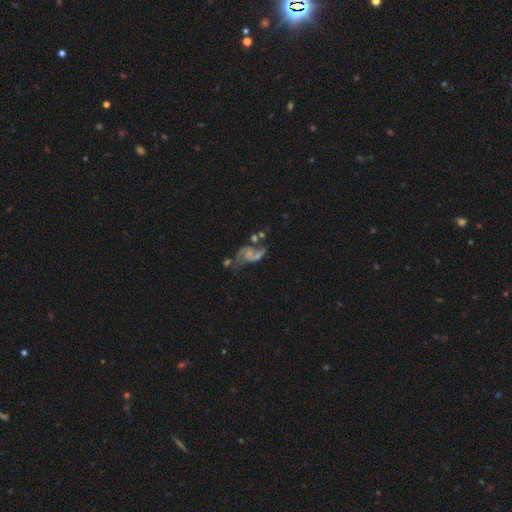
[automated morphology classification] Smooth or featured? featured or disk (68%)
Edge-on disk? no (96%)
Bar? no (60%)
Spiral arms? yes (77%)
Spiral winding? loose (56%)
Spiral arm count? 2 (73%)
Bulge size? none (46%)
Merging? none (32%)